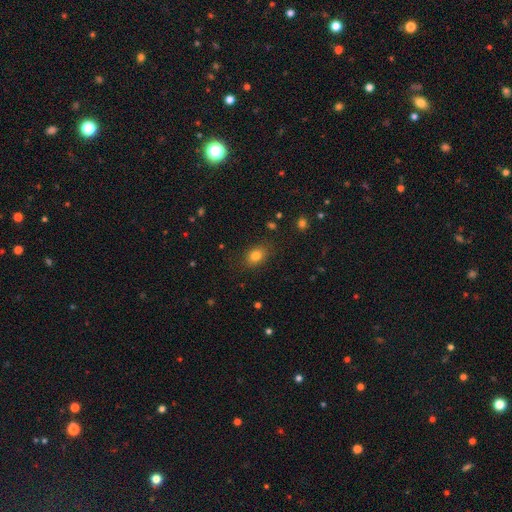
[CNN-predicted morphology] This appears to be a smooth galaxy with no disk features (81%) that is in between round and cigar-shaped (65%). Merging: none (84%).